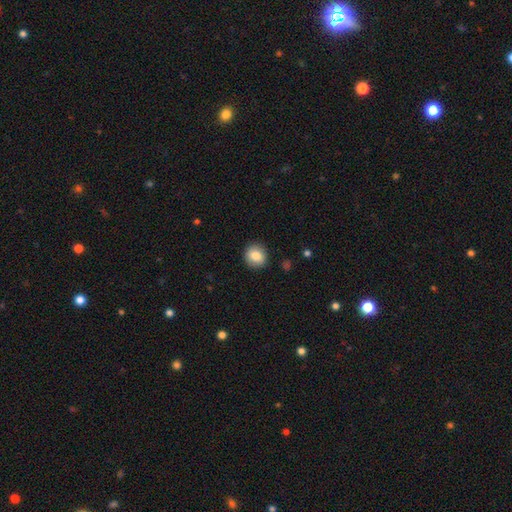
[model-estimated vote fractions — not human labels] Morphology: type=smooth (85%); roundness=round (81%); merging=none (90%).